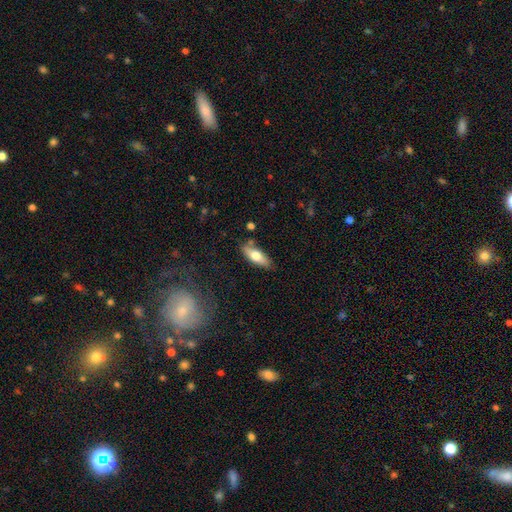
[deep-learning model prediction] Smooth or featured: smooth — 65% (featured or disk — 29%)
How rounded: in between — 66% (cigar-shaped — 31%)
Merging: none — 78% (minor disturbance — 14%)